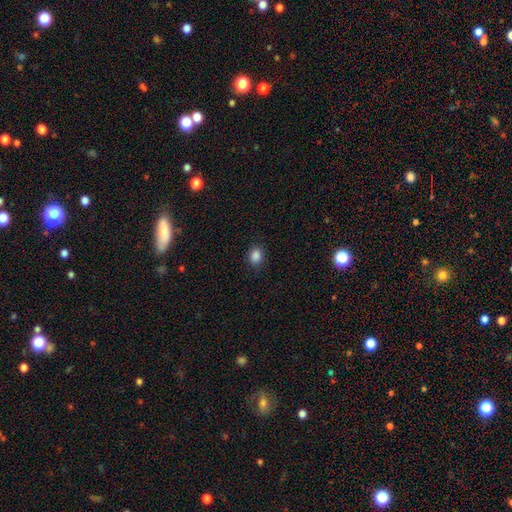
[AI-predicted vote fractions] Smooth or featured? smooth (86%)
How rounded? round (54%)
Merging? none (85%)